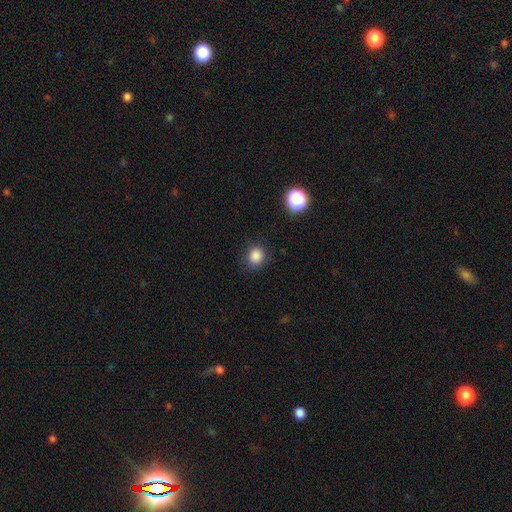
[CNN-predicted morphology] Overall: smooth (85%). How rounded: round (86%). Merging: none (85%).